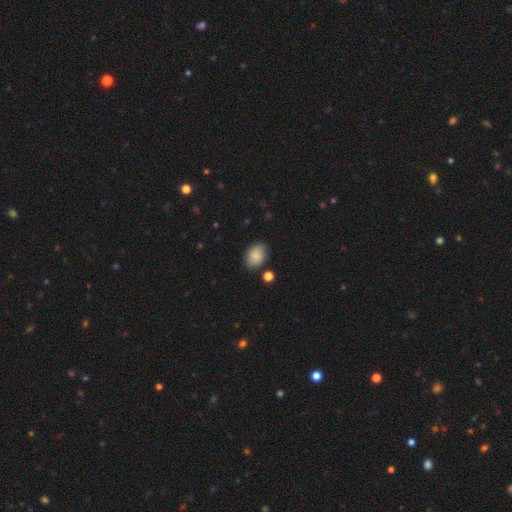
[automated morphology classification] smooth 80%, featured or disk 12%, star or artifact 8%. Down the decision tree: how rounded — in between (75%); merging — none (79%).